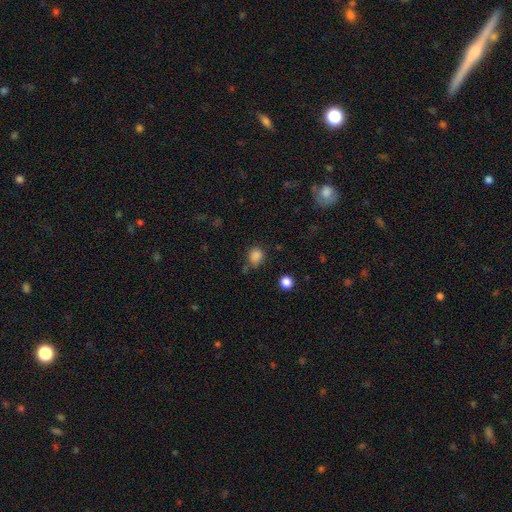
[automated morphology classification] smooth 83%, star or artifact 13%, featured or disk 4%. Down the decision tree: how rounded — round (59%); merging — none (69%).